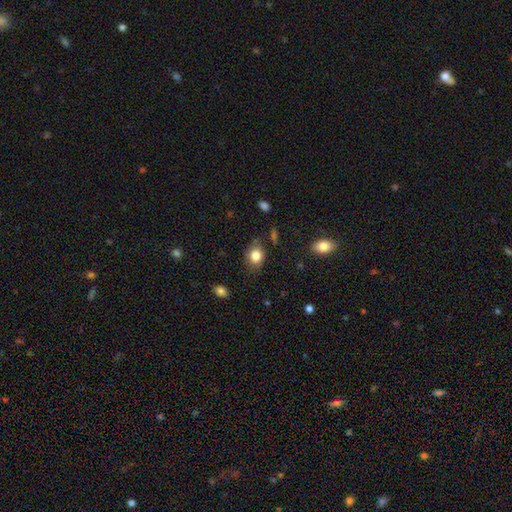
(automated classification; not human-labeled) Smooth or featured? Predicted: smooth (p=0.82). How rounded? Predicted: round (p=0.51). Merging? Predicted: none (p=0.77).